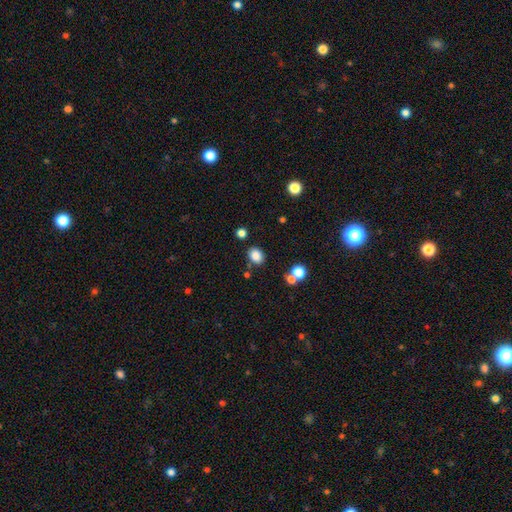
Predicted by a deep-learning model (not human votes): A smooth galaxy with no disk features (85%) that is in between round and cigar-shaped (61%). Merging: none (79%).